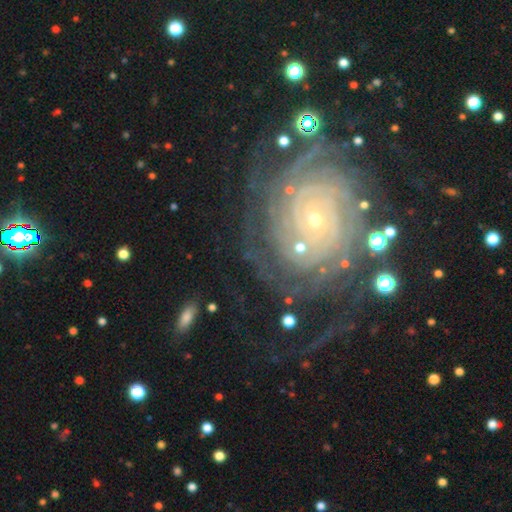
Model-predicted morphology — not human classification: A featured or disk galaxy (84%) with no bar (79%), tight (82%) spiral arms (97%) and a small central bulge (84%).

Vote fractions:
- Smooth or featured? featured or disk: 84% / star or artifact: 9% / smooth: 6%
- Edge-on disk? no: 97% / yes: 3%
- Bar? no: 79% / weak: 14% / strong: 6%
- Spiral arms? yes: 97% / no: 3%
- Spiral winding? tight: 82% / medium: 15% / loose: 4%
- Spiral arm count? can't tell: 28% / more than 4: 24% / 4: 16% / 2: 12% / 3: 11% / 1: 8%
- Bulge size? small: 84% / moderate: 12% / none: 1% / large: 1% / dominant: 1%
- Merging? none: 70% / minor disturbance: 15% / major disturbance: 12% / merger: 3%